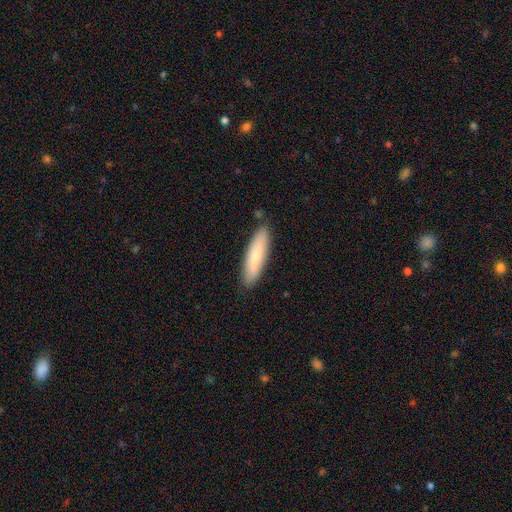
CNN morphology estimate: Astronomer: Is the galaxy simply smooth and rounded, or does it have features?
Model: smooth — 73%.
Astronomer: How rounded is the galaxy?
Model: cigar-shaped — 69%.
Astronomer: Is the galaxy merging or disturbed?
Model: none — 86%.